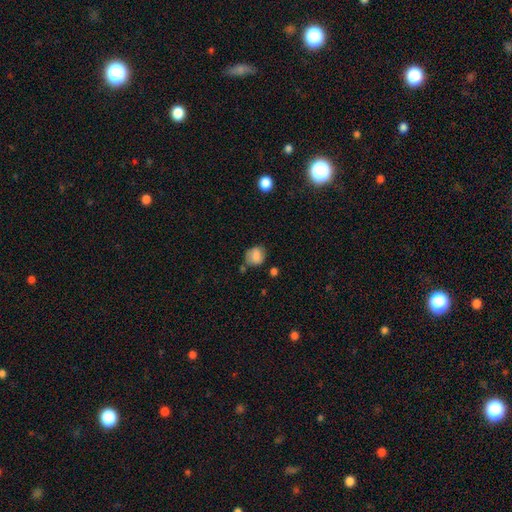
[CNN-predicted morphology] Smooth or featured: smooth — 79% (featured or disk — 12%)
How rounded: round — 70% (in between — 29%)
Merging: none — 64% (minor disturbance — 22%)